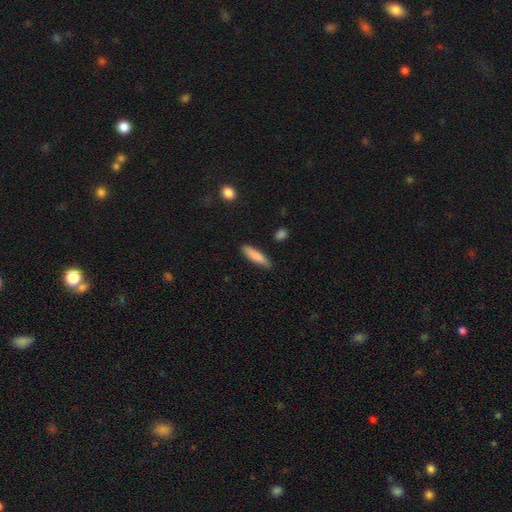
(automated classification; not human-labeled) Overall: smooth (84%). How rounded: cigar-shaped (75%). Merging: none (86%).